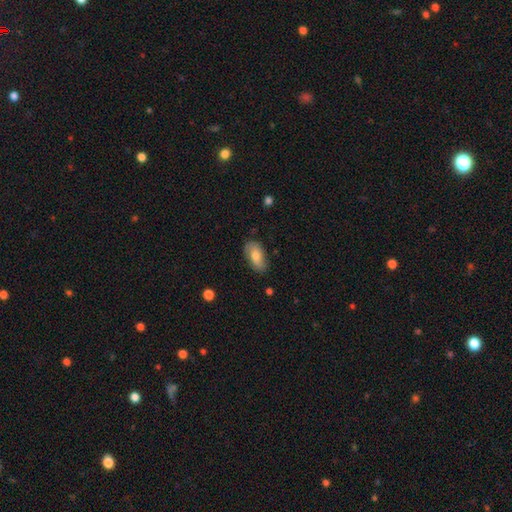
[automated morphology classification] type=smooth (70%); roundness=in between (91%); merging=none (75%).